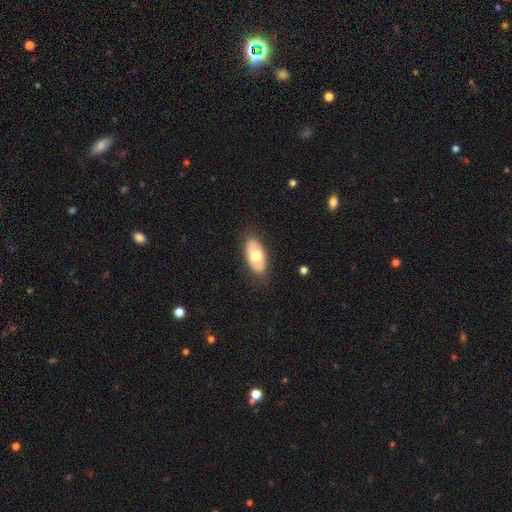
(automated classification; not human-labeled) Q: Smooth or featured?
A: smooth (60%); runner-up: featured or disk (34%)
Q: How rounded?
A: in between (93%); runner-up: round (4%)
Q: Merging?
A: none (84%); runner-up: minor disturbance (12%)